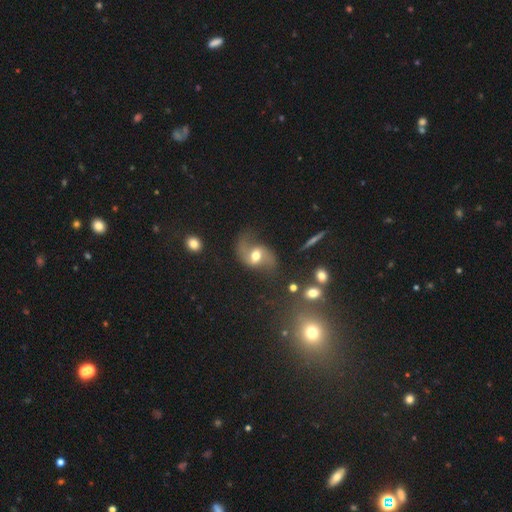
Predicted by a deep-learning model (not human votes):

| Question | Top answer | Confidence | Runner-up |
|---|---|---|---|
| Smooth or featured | featured or disk | 77% | smooth (16%) |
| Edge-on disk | no | 97% | yes (3%) |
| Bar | weak | 42% | no (39%) |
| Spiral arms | yes | 92% | no (8%) |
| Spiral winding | loose | 73% | medium (22%) |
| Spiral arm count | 2 | 91% | 1 (4%) |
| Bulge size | moderate | 70% | large (15%) |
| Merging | none | 64% | minor disturbance (18%) |